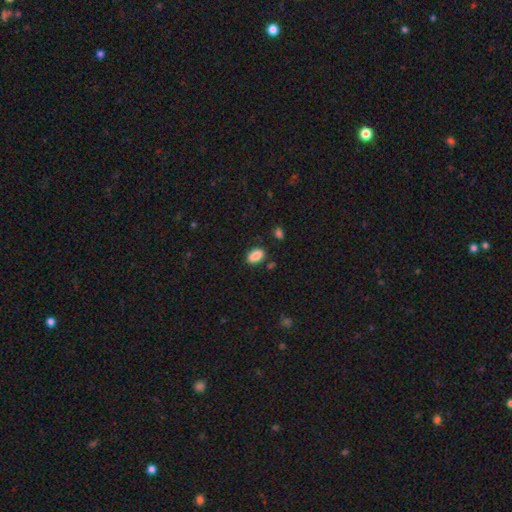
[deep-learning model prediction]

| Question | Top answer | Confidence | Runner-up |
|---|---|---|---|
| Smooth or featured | smooth | 88% | star or artifact (8%) |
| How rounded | in between | 92% | round (6%) |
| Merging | none | 83% | minor disturbance (11%) |